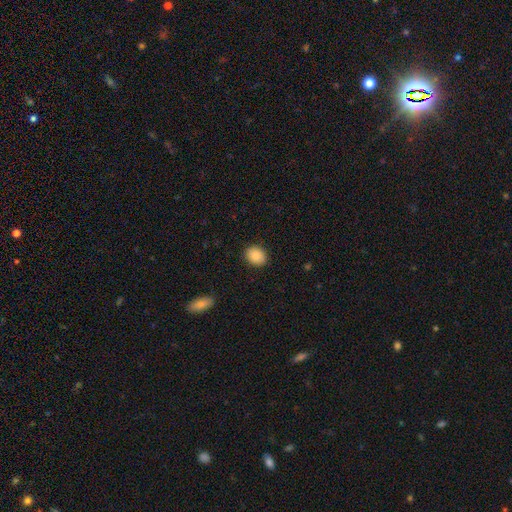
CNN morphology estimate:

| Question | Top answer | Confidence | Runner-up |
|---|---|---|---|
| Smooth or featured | smooth | 86% | star or artifact (8%) |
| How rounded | round | 56% | in between (43%) |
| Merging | none | 90% | minor disturbance (7%) |